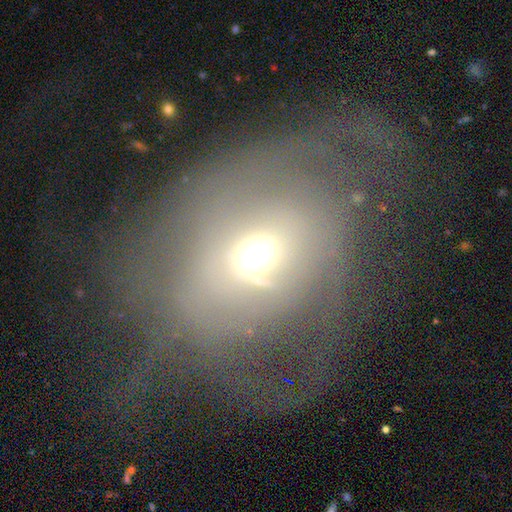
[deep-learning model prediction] featured or disk 52%, smooth 35%, star or artifact 13%. Down the decision tree: edge-on disk — no (95%); merging — major disturbance (47%).